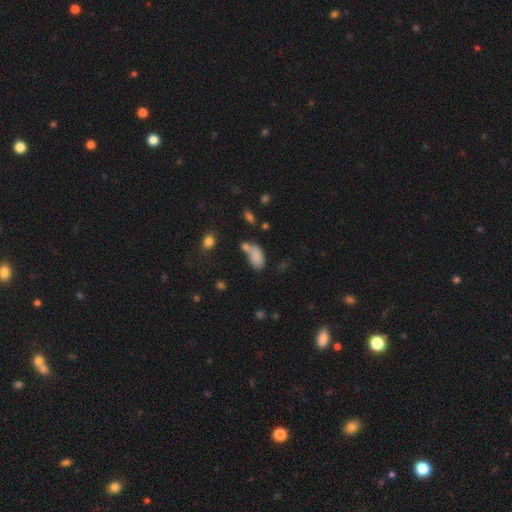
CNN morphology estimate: A smooth galaxy with no disk features (81%) that is in between round and cigar-shaped (91%).

Vote fractions:
- Smooth or featured? smooth: 81% / star or artifact: 10% / featured or disk: 9%
- How rounded? in between: 91% / round: 6% / cigar-shaped: 3%
- Merging? merger: 37% (tied) / none: 37% (tied) / minor disturbance: 18% / major disturbance: 9%